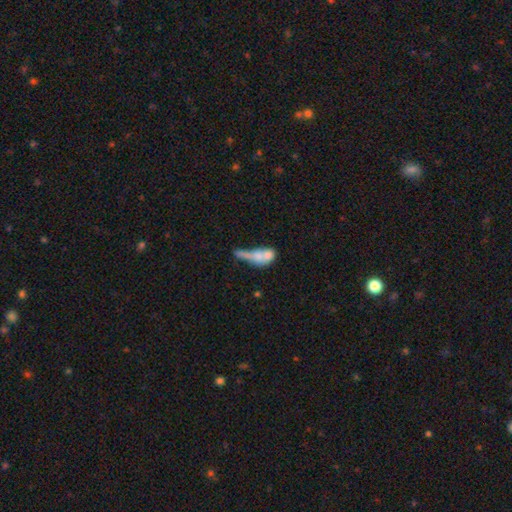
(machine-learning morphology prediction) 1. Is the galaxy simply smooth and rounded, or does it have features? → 57% smooth, 33% featured or disk, 10% star or artifact.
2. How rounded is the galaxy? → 58% in between, 29% cigar-shaped, 14% round.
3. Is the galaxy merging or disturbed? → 48% merger, 21% major disturbance, 18% none, 14% minor disturbance.